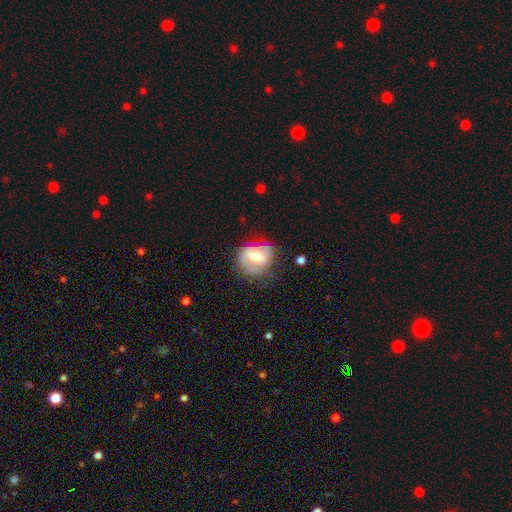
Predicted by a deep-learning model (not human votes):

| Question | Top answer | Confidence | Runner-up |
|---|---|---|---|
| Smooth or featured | smooth | 49% | featured or disk (43%) |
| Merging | none | 61% | minor disturbance (26%) |